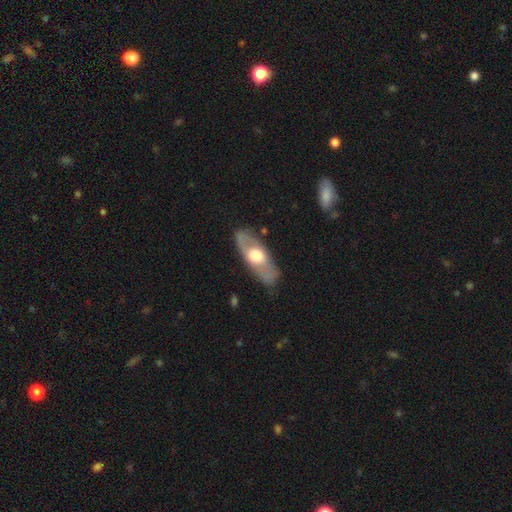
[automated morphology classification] smooth_or_featured: featured or disk (p=0.54) [alt: smooth p=0.41]
disk_edge_on: no (p=0.64) [alt: yes p=0.36]
merging: none (p=0.81) [alt: minor disturbance p=0.13]